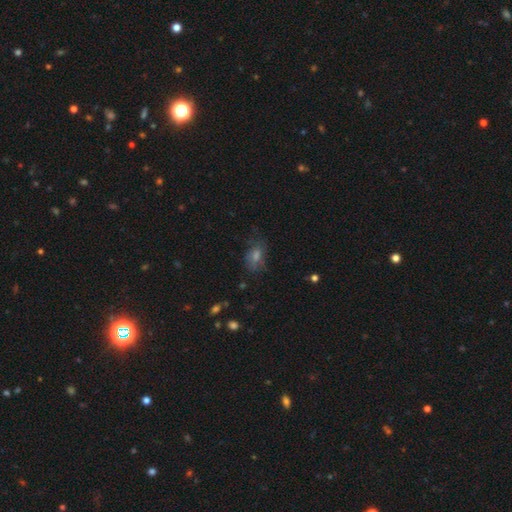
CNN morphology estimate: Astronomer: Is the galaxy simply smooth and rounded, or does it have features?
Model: smooth — 49% (runner-up: featured or disk, 26%).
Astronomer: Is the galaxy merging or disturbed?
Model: none — 62%.